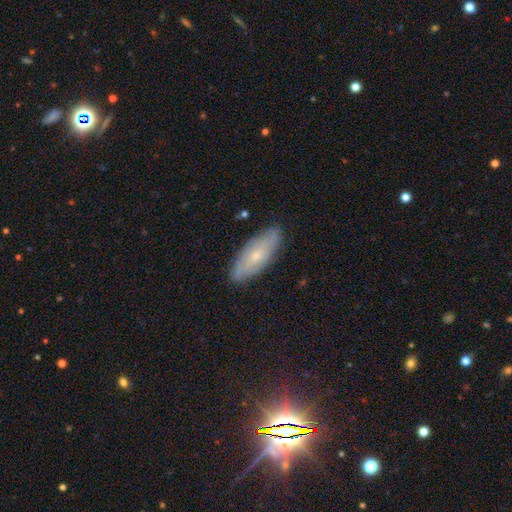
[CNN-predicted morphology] Q: Smooth or featured?
A: featured or disk (47%); runner-up: smooth (45%)
Q: Merging?
A: none (84%); runner-up: minor disturbance (13%)